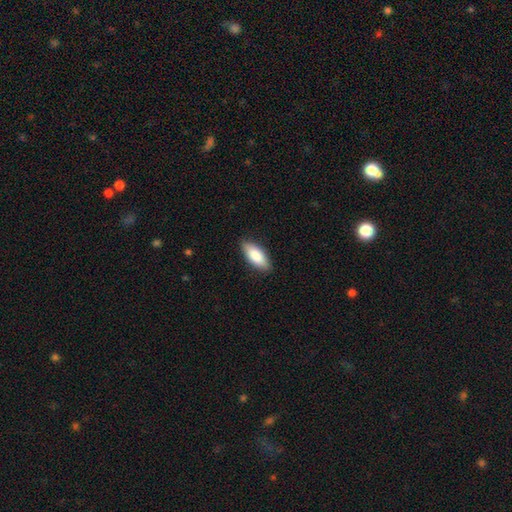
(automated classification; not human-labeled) This is clearly a smooth galaxy (86%). How rounded: clearly in between (82%). Merging: clearly none (86%).